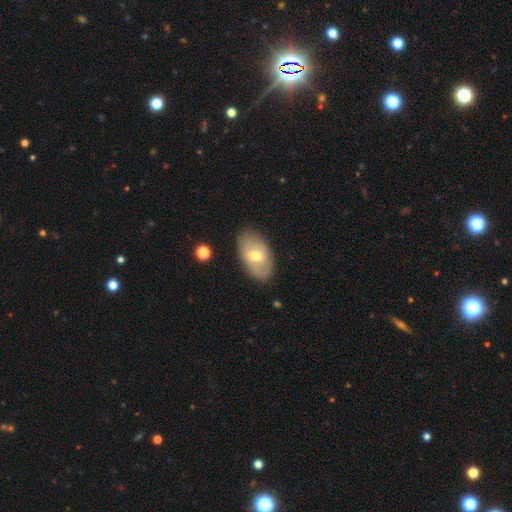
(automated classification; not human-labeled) Overall: smooth (58%; featured or disk 35%). How rounded: in between (93%). Merging: none (83%).